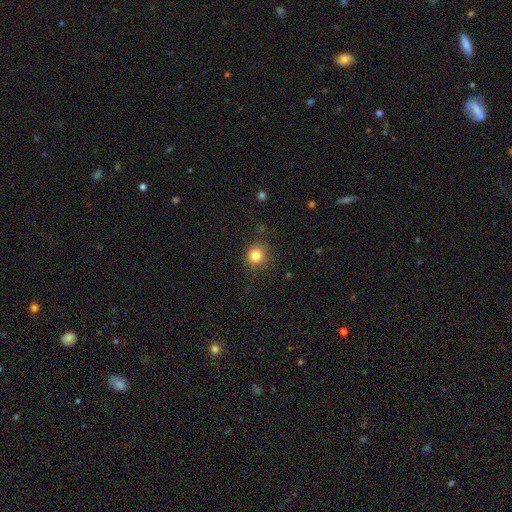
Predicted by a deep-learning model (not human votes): This appears to be a smooth galaxy with no disk features (83%) that is round (89%). Merging: none (84%).